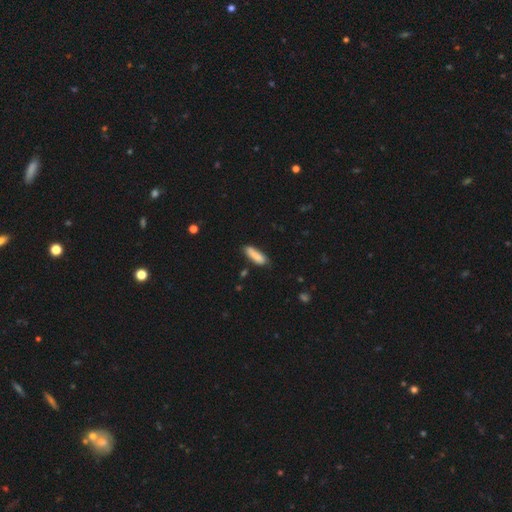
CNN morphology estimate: This is clearly a smooth galaxy (84%). How rounded: possibly cigar-shaped (58%). Merging: likely none (69%).